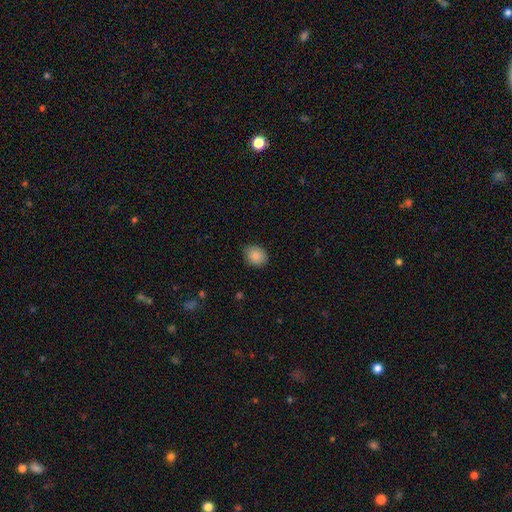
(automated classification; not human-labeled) smooth_or_featured: smooth (p=0.87) [alt: star or artifact p=0.08]
how_rounded: round (p=0.56) [alt: in between p=0.43]
merging: none (p=0.84) [alt: minor disturbance p=0.13]